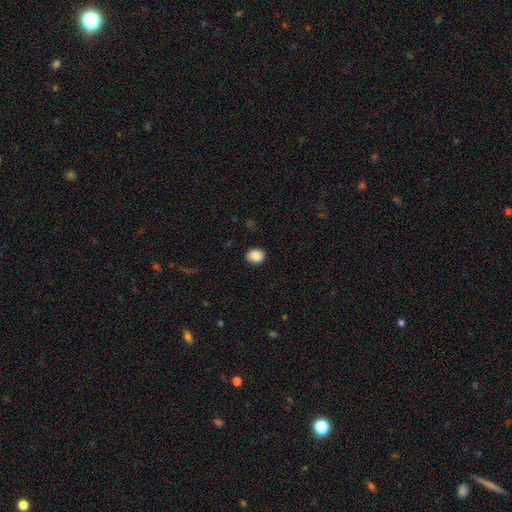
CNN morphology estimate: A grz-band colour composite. It shows a smooth galaxy with no disk features (89%) that is round (50%). Merging: none (86%).